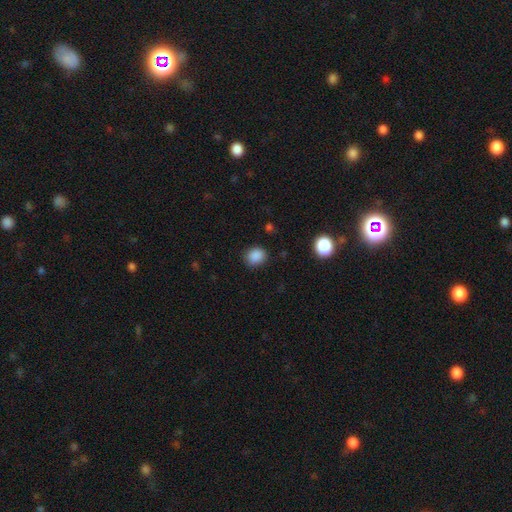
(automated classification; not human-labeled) Smooth or featured? smooth (86%)
How rounded? round (69%)
Merging? none (83%)